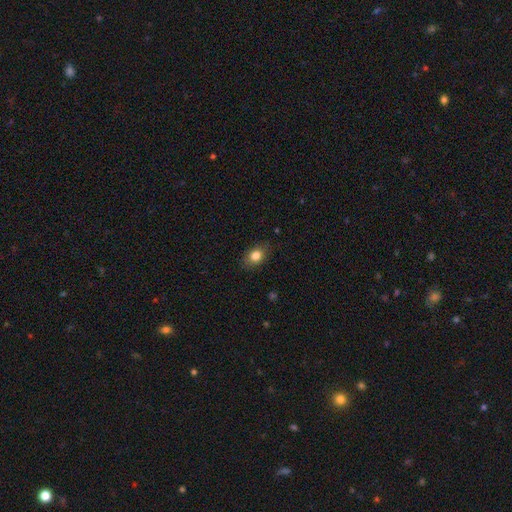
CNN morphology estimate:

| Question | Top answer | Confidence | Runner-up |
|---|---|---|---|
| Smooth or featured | smooth | 82% | star or artifact (9%) |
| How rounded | in between | 71% | round (27%) |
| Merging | none | 82% | minor disturbance (14%) |